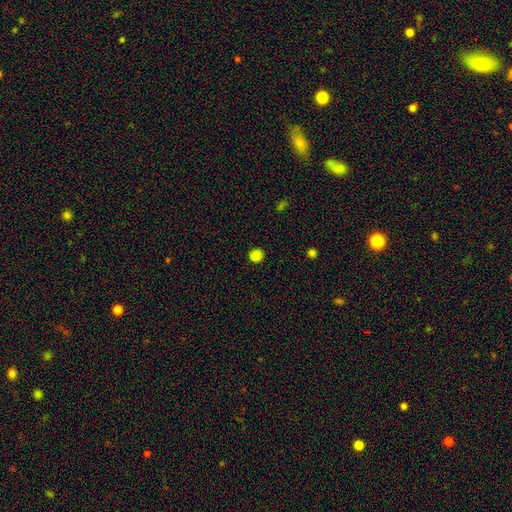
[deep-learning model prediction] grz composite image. It shows a smooth galaxy with no disk features (83%) that is round (92%). Merging: none (90%).